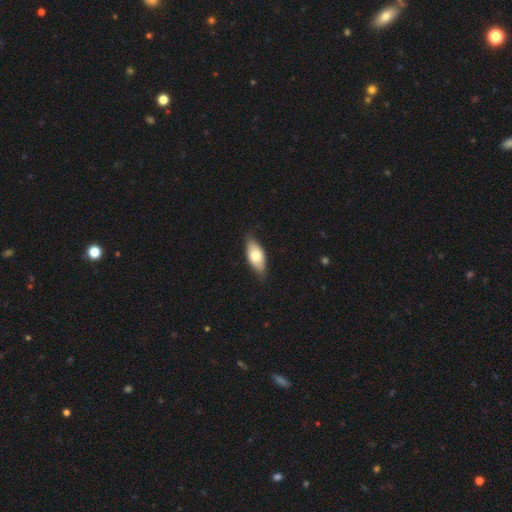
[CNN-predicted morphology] The model was most divided on "smooth or featured": smooth: 69%, featured or disk: 26%, star or artifact: 6%. More confident: how rounded — in between (86%); merging — none (80%).